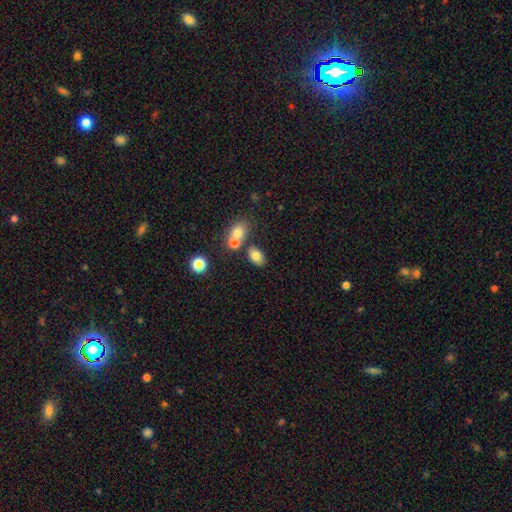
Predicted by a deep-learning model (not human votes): Smooth or featured? Predicted: smooth (p=0.78). How rounded? Predicted: in between (p=0.80). Merging? Predicted: none (p=0.63).